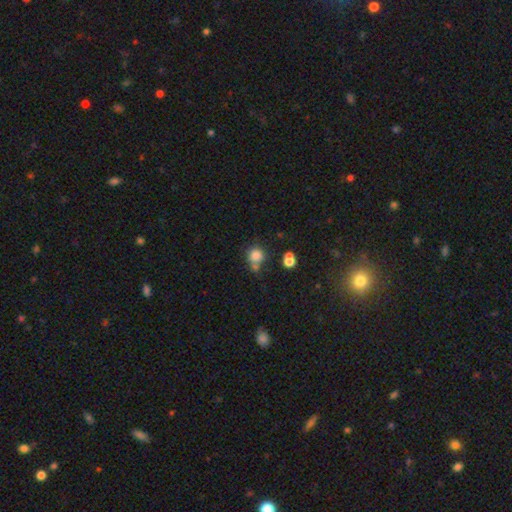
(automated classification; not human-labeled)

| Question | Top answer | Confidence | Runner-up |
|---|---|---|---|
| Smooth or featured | smooth | 81% | star or artifact (13%) |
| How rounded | round | 86% | in between (13%) |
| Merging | none | 57% | merger (25%) |